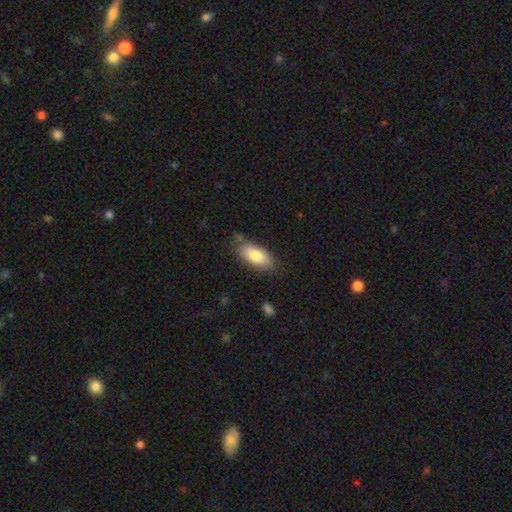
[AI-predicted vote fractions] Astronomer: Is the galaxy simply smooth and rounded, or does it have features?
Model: smooth — 80%.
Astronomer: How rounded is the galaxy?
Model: in between — 87%.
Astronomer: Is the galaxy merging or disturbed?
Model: none — 76%.